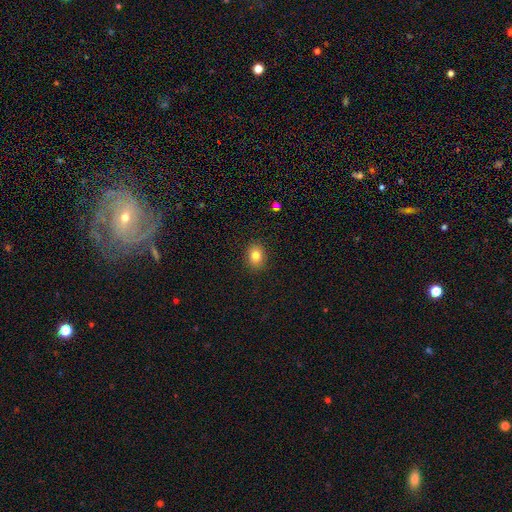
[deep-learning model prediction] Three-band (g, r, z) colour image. It shows a smooth galaxy with no disk features (83%) that is in between round and cigar-shaped (50%). Merging: none (89%).